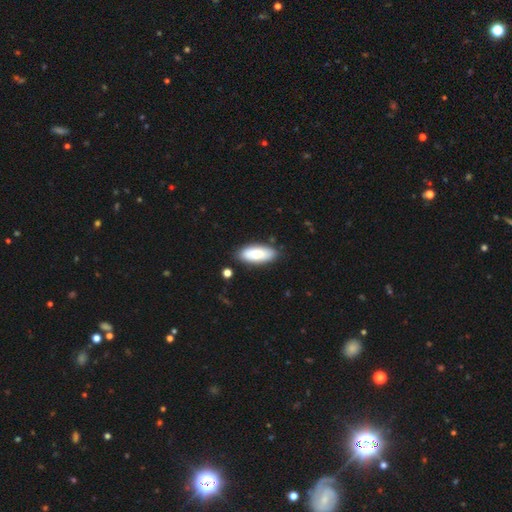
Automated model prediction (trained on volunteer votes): smooth-or-featured: smooth: 79% | featured or disk: 16% | star or artifact: 6%
  how-rounded: in between: 83% | cigar-shaped: 15% | round: 2%
  merging: none: 83% | minor disturbance: 12% | merger: 3% | major disturbance: 3%